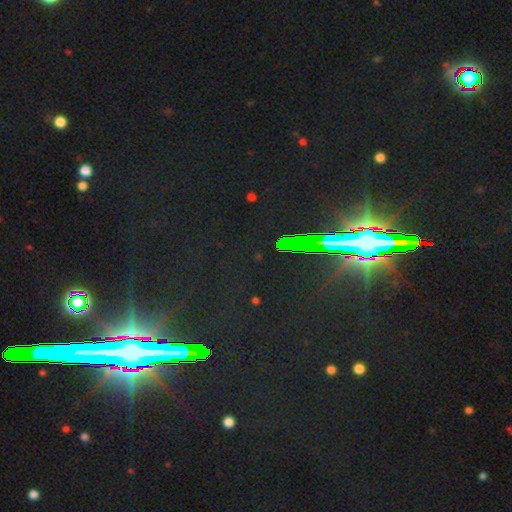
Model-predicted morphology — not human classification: Smooth or featured? Predicted: star or artifact (p=0.84).